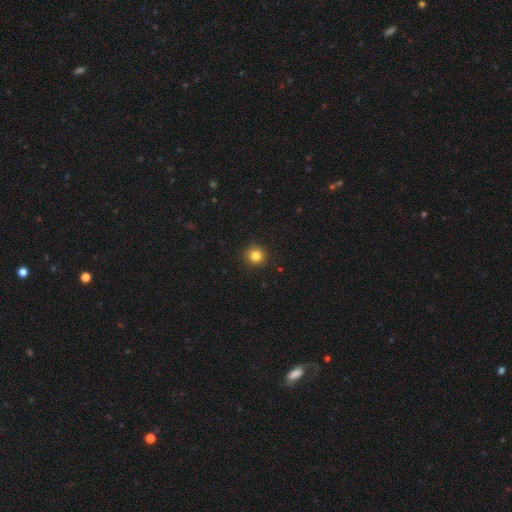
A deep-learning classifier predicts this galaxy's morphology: A smooth galaxy with no disk features (83%) that is round (92%). Merging: none (92%).